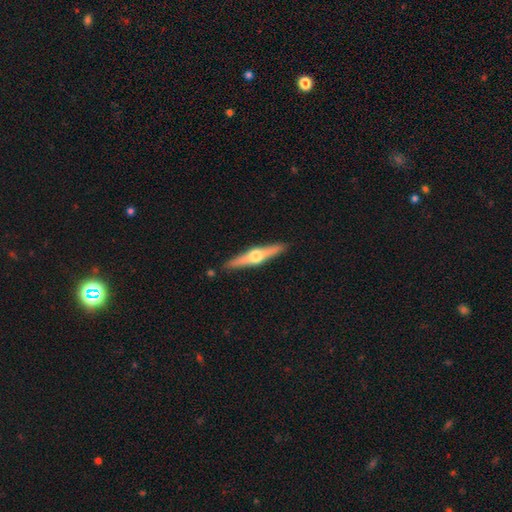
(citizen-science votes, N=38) This appears to be a featured or disk galaxy (79%) viewed edge-on (93%) with a rounded central bulge (100%). Merging: none (89%).